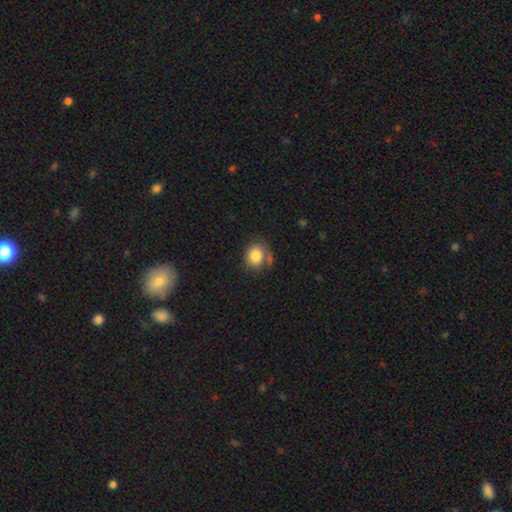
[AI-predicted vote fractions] smooth_or_featured: smooth (p=0.83) [alt: star or artifact p=0.09]
how_rounded: round (p=0.68) [alt: in between p=0.31]
merging: none (p=0.62) [alt: minor disturbance p=0.19]